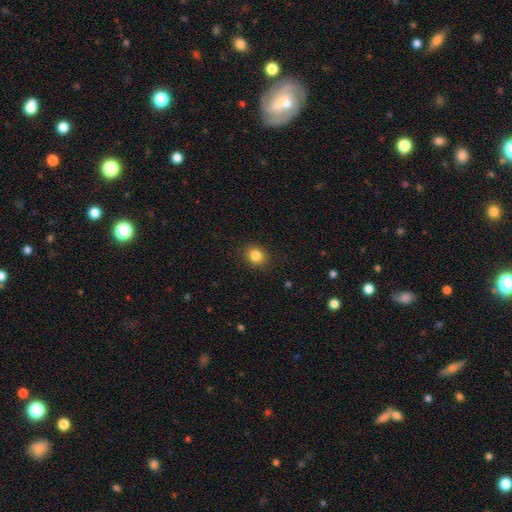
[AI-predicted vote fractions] Smooth or featured: smooth — 85% (star or artifact — 11%)
How rounded: round — 74% (in between — 25%)
Merging: none — 89% (minor disturbance — 8%)